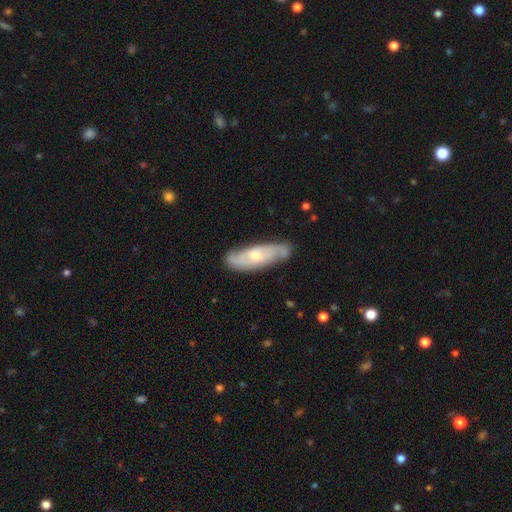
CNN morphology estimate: Smooth or featured: featured or disk — 65% (smooth — 29%)
Edge-on disk: no — 81% (yes — 19%)
Bar: no — 58% (weak — 35%)
Spiral arms: yes — 89% (no — 11%)
Bulge size: small — 53% (moderate — 40%)
Merging: none — 77% (minor disturbance — 18%)